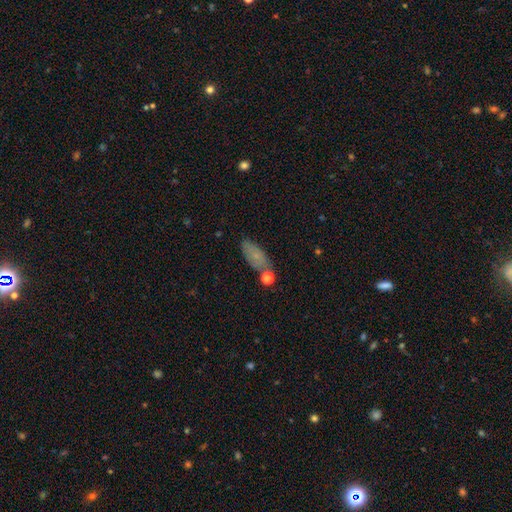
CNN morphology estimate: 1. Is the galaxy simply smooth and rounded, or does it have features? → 69% smooth, 20% featured or disk, 11% star or artifact.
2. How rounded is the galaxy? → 80% in between, 15% cigar-shaped, 5% round.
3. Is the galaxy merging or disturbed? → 68% none, 18% minor disturbance, 9% merger, 5% major disturbance.